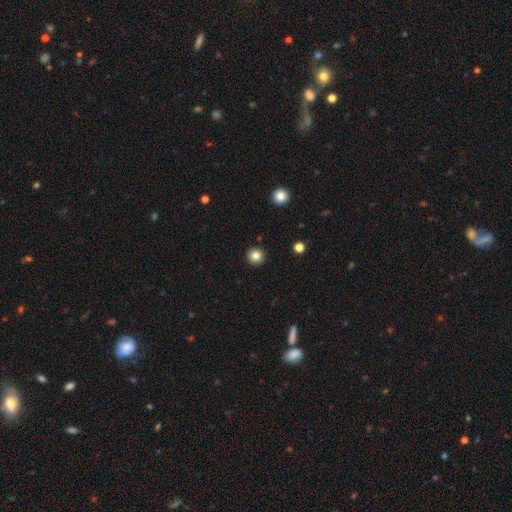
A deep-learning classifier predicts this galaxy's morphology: Smooth or featured: smooth — 84% (star or artifact — 11%)
How rounded: round — 95% (in between — 4%)
Merging: none — 93% (minor disturbance — 4%)